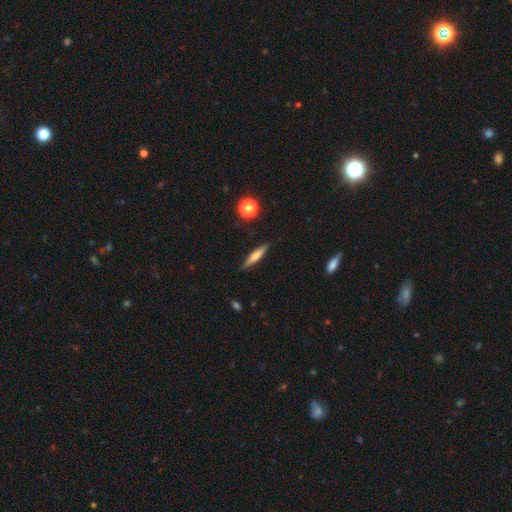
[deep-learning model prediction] Smooth or featured? Predicted: featured or disk (p=0.48). Merging? Predicted: none (p=0.89).